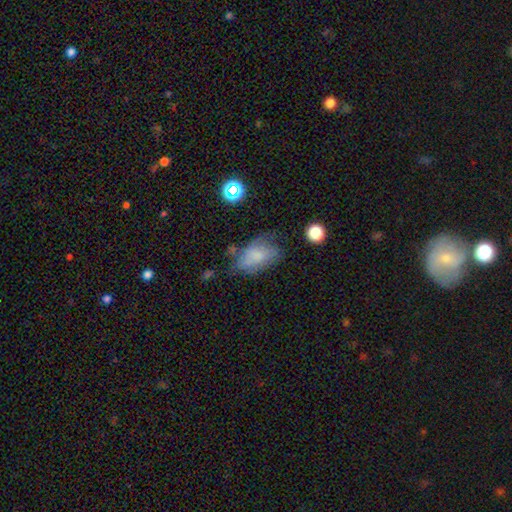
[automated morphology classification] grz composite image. It shows a smooth galaxy with no disk features (68%) that is in between round and cigar-shaped (89%). Merging: none (42%).